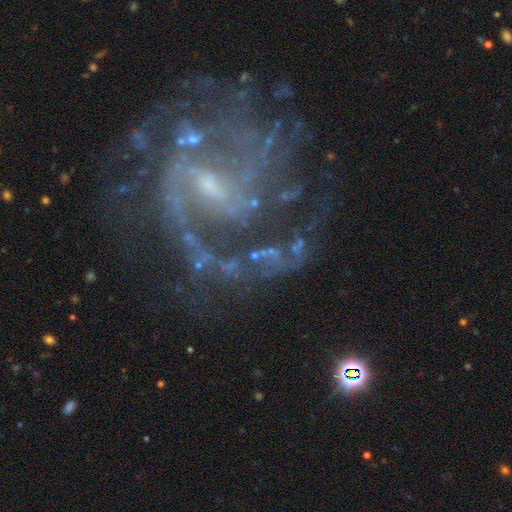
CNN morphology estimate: A featured or disk galaxy (74%) with a weak bar (40%), 2 (48%) medium (42%) spiral arms (87%) and a small central bulge (54%).

Vote fractions:
- Smooth or featured? featured or disk: 74% / star or artifact: 17% / smooth: 10%
- Edge-on disk? no: 97% / yes: 3%
- Bar? weak: 40% / no: 31% / strong: 29%
- Spiral arms? yes: 87% / no: 13%
- Spiral winding? medium: 42% / loose: 30% / tight: 28%
- Spiral arm count? 2: 48% / can't tell: 20% / 3: 11% / 1: 8% / 4: 7% / more than 4: 6%
- Bulge size? small: 54% / moderate: 22% / none: 19% / large: 3% / dominant: 2%
- Merging? none: 52% / major disturbance: 25% / minor disturbance: 17% / merger: 7%